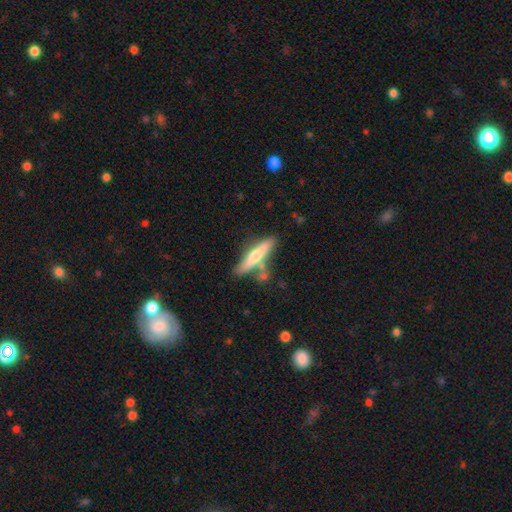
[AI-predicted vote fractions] This is possibly a featured or disk galaxy (49%). Merging: likely none (69%).